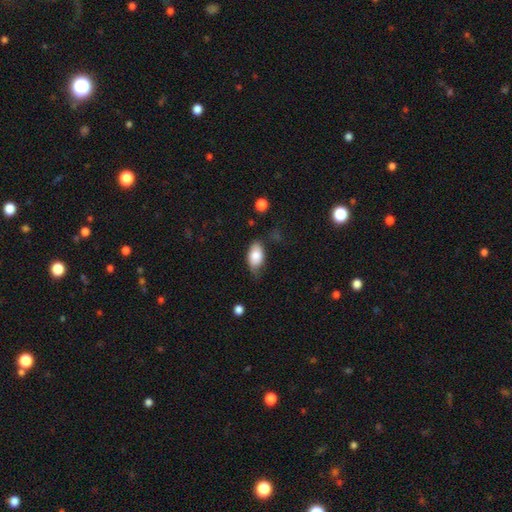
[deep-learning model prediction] Smooth or featured: smooth — 79% (featured or disk — 14%)
How rounded: in between — 92% (round — 5%)
Merging: none — 55% (minor disturbance — 33%)